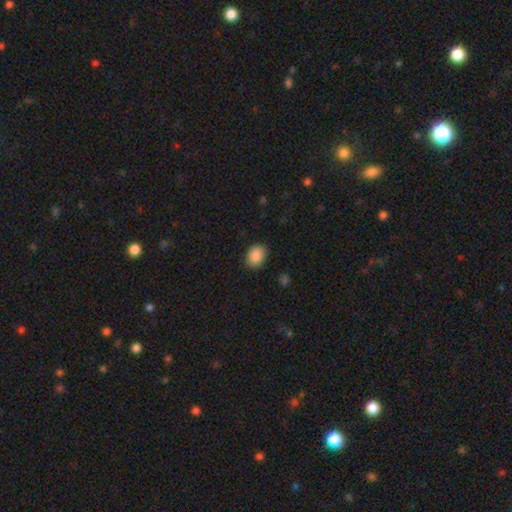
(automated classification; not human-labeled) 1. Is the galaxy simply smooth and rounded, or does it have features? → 89% smooth, 8% star or artifact, 3% featured or disk.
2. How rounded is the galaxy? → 66% in between, 33% round, 1% cigar-shaped.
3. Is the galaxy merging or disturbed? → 85% none, 12% minor disturbance, 3% major disturbance, 1% merger.